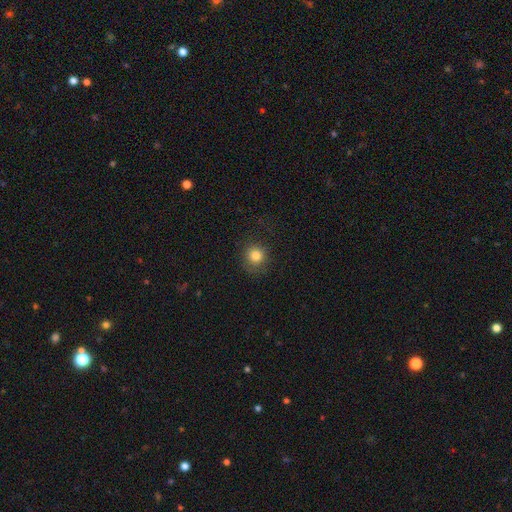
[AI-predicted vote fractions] This is clearly a smooth galaxy (82%). How rounded: clearly round (91%). Merging: clearly none (83%).